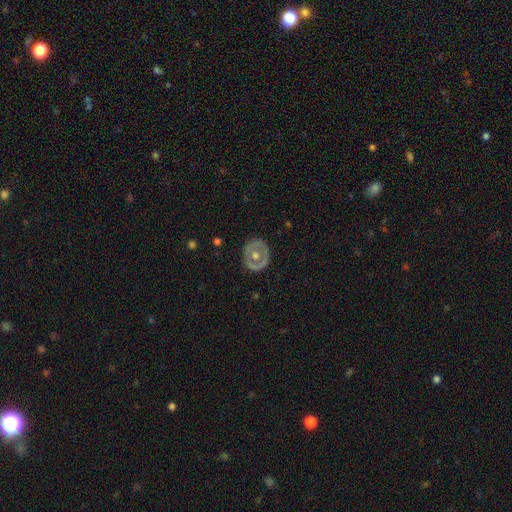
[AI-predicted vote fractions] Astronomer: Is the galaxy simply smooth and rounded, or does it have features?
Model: featured or disk — 54% (runner-up: smooth, 40%).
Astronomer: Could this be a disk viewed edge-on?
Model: no — 93%.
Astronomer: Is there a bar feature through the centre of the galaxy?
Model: no — 89%.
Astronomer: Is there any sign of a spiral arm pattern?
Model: no — 92%.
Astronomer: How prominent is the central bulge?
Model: moderate — 76%.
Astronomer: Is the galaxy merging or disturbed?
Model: none — 83%.